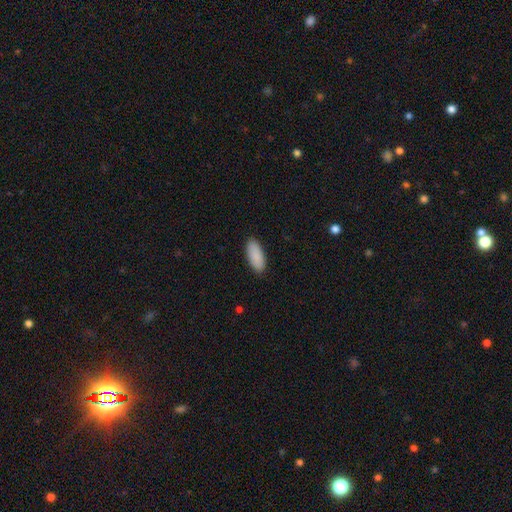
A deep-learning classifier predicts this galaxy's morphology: The model was most divided on "how rounded": in between: 84%, cigar-shaped: 15%, round: 2%. More confident: smooth or featured — smooth (90%); merging — none (89%).